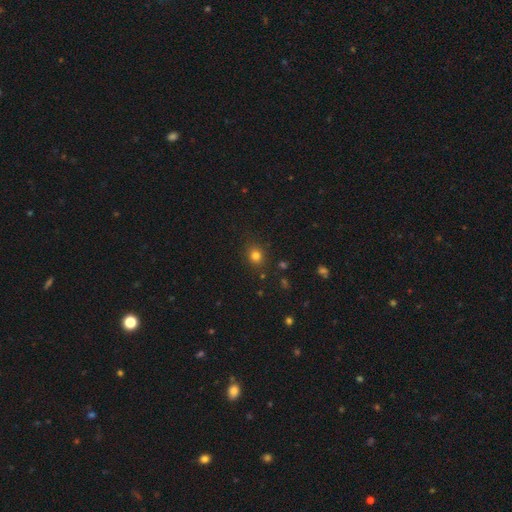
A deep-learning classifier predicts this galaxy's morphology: A smooth galaxy with no disk features (79%) that is round (71%).

Vote fractions:
- Smooth or featured? smooth: 79% / star or artifact: 15% / featured or disk: 6%
- How rounded? round: 71% / in between: 28% / cigar-shaped: 1%
- Merging? none: 86% / minor disturbance: 9% / major disturbance: 3% / merger: 2%